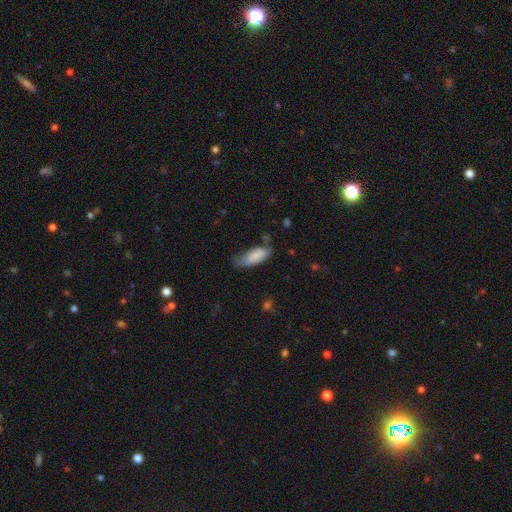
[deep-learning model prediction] Q: Smooth or featured?
A: smooth (82%); runner-up: featured or disk (11%)
Q: How rounded?
A: in between (81%); runner-up: cigar-shaped (17%)
Q: Merging?
A: none (44%); runner-up: minor disturbance (39%)